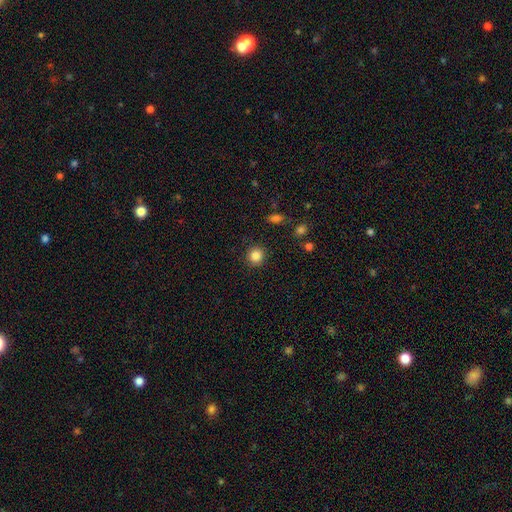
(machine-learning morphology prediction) A smooth galaxy with no disk features (85%) that is round (91%). Merging: none (91%).